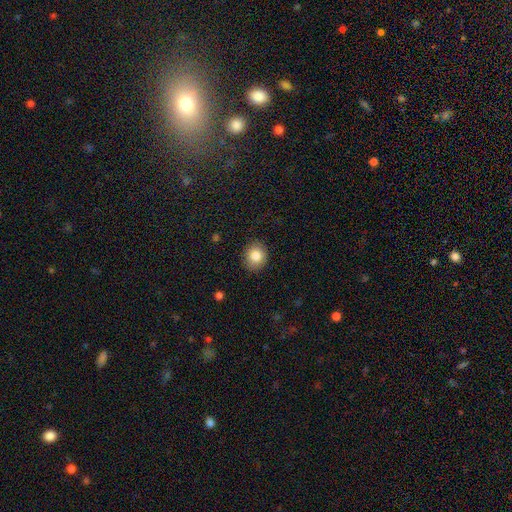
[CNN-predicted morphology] Smooth or featured: smooth — 84% (star or artifact — 9%)
How rounded: round — 66% (in between — 33%)
Merging: none — 88% (minor disturbance — 9%)